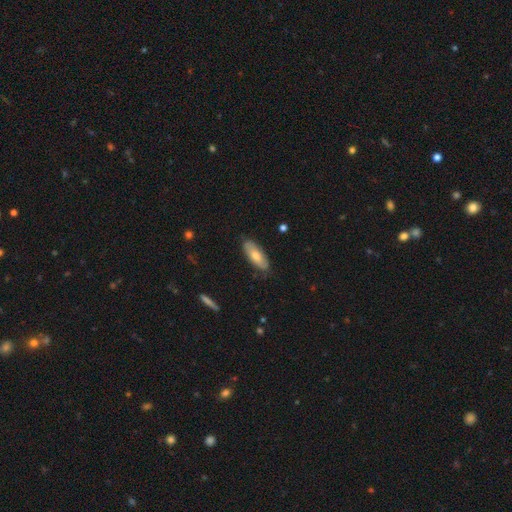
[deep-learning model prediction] Smooth or featured? Predicted: smooth (p=0.69). How rounded? Predicted: in between (p=0.73). Merging? Predicted: none (p=0.81).